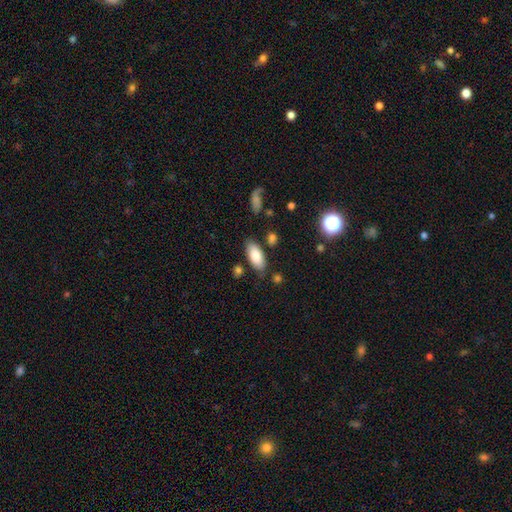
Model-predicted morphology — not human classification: This is clearly a smooth galaxy (82%). How rounded: clearly in between (88%). Merging: likely none (79%).